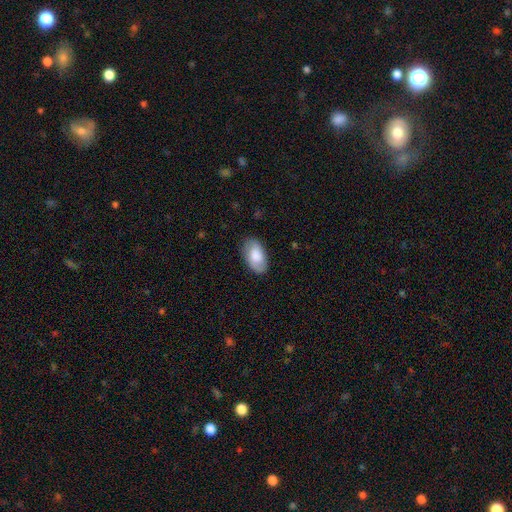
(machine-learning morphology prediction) The model was most divided on "smooth or featured": smooth: 68%, featured or disk: 25%, star or artifact: 6%. More confident: how rounded — in between (95%); merging — none (83%).